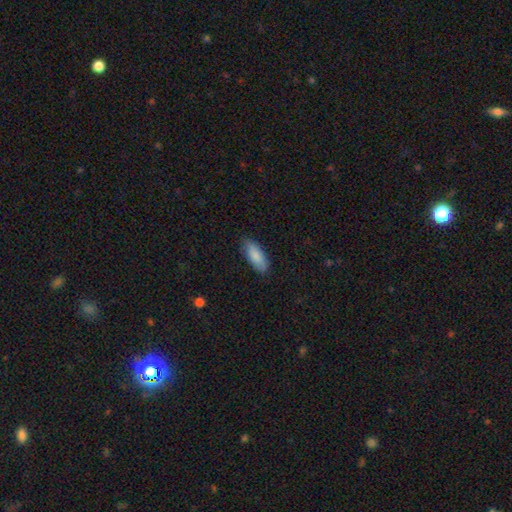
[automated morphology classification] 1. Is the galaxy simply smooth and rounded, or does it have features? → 87% smooth, 8% featured or disk, 6% star or artifact.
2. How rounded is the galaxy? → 81% in between, 17% cigar-shaped, 2% round.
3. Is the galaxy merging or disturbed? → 82% none, 14% minor disturbance, 2% major disturbance, 1% merger.